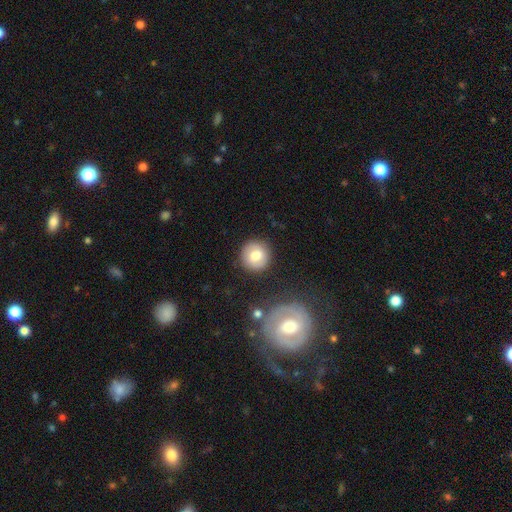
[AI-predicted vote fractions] A smooth galaxy with no disk features (76%) that is round (93%). Merging: none (87%).